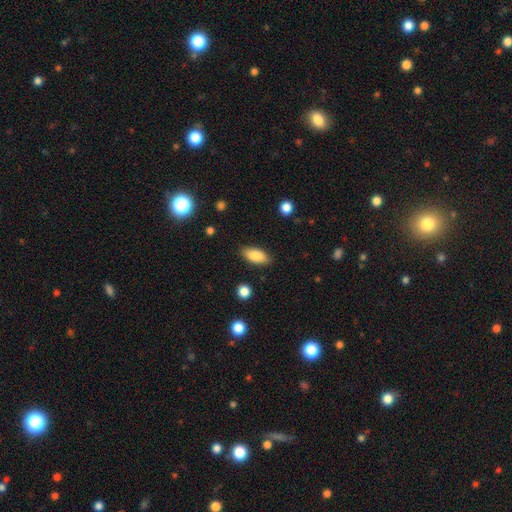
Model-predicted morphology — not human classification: The model was most divided on "how rounded": in between: 87%, cigar-shaped: 11%, round: 3%. More confident: merging — none (87%); smooth or featured — smooth (86%).